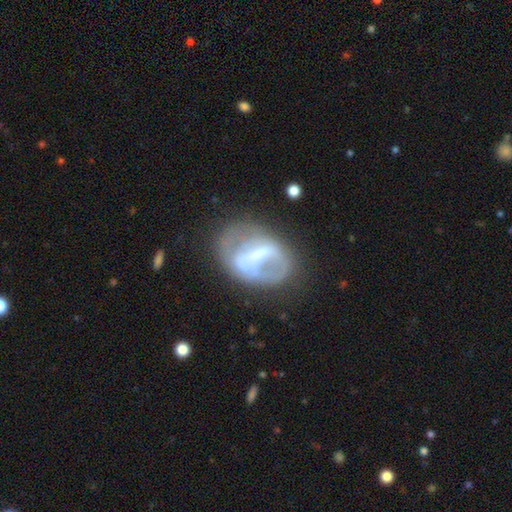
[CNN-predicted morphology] Smooth or featured? Predicted: featured or disk (p=0.60). Edge-on disk? Predicted: no (p=0.95). Bar? Predicted: strong (p=0.49). Spiral arms? Predicted: no (p=0.68). Bulge size? Predicted: none (p=0.34). Merging? Predicted: none (p=0.50).